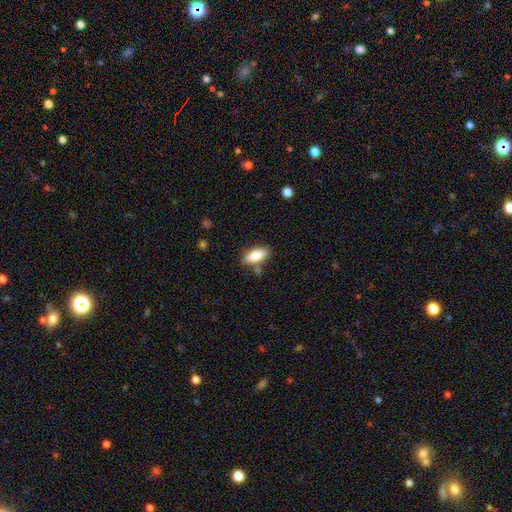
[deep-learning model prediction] Overall: smooth (84%). How rounded: in between (85%). Merging: none (78%).